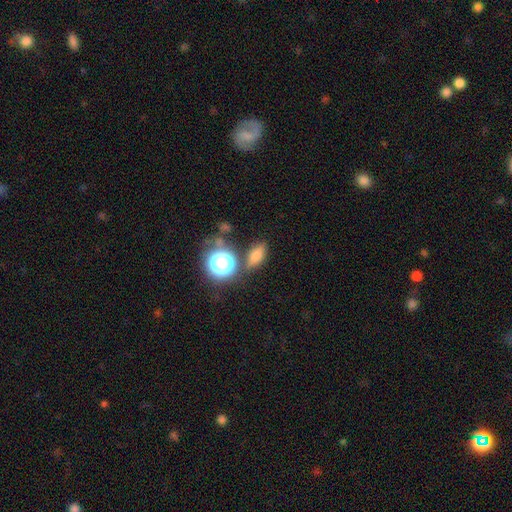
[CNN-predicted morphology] smooth-or-featured: smooth: 69% | star or artifact: 19% | featured or disk: 12%
  how-rounded: in between: 68% | round: 24% | cigar-shaped: 8%
  merging: none: 69% | minor disturbance: 15% | merger: 10% | major disturbance: 6%